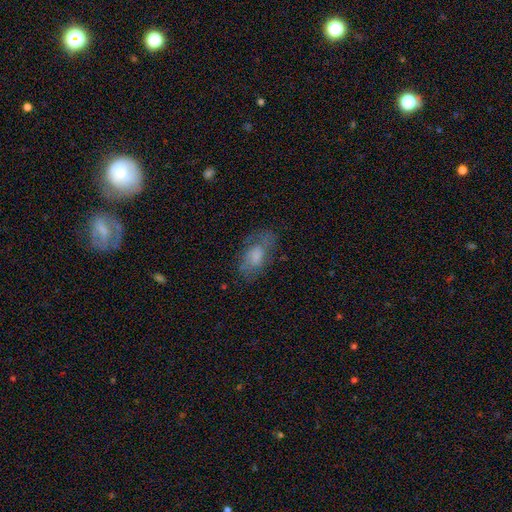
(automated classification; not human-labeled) Morphology: type=smooth (53%); roundness=in between (89%); merging=none (59%).